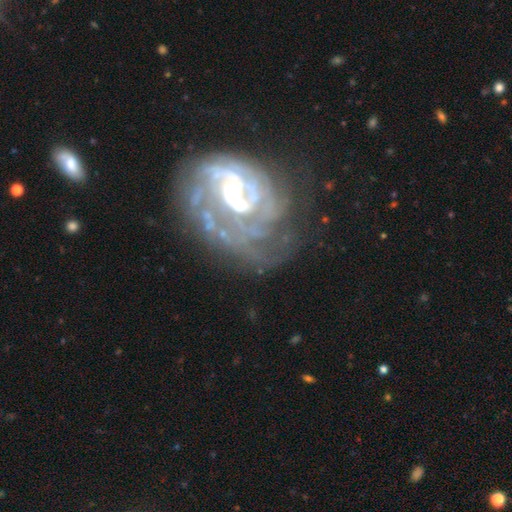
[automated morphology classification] This appears to be a featured or disk galaxy (83%) with no bar (52%), tight (56%) spiral arms (84%) and a moderate central bulge (47%). Merging: none (44%).